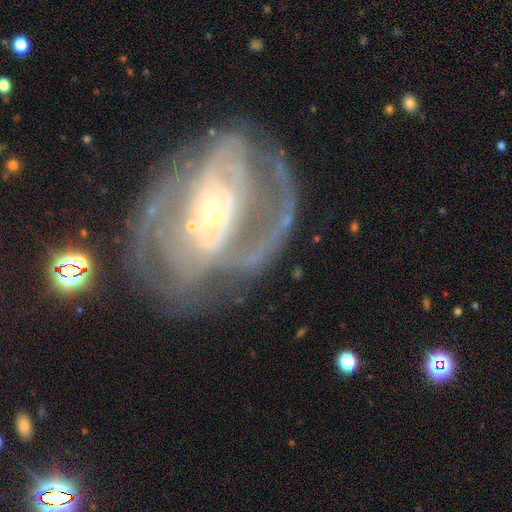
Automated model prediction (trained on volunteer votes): Smooth or featured? Predicted: featured or disk (p=0.82). Edge-on disk? Predicted: no (p=0.95). Bar? Predicted: no (p=0.41). Spiral arms? Predicted: yes (p=0.80). Spiral winding? Predicted: medium (p=0.38). Spiral arm count? Predicted: 2 (p=0.49). Bulge size? Predicted: small (p=0.53). Merging? Predicted: none (p=0.41).